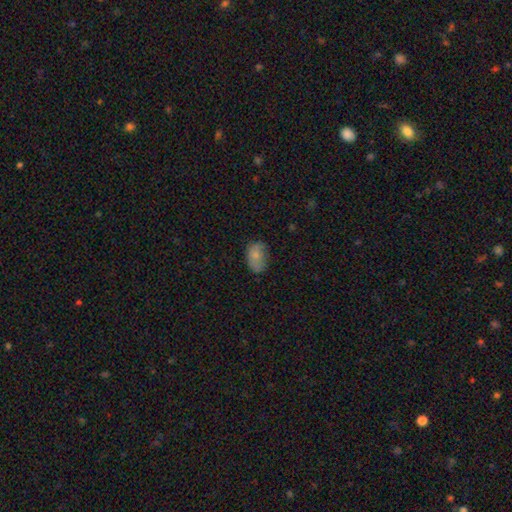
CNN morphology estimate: Smooth or featured?
  - smooth: 78% *
  - featured or disk: 13%
  - star or artifact: 9%
How rounded?
  - in between: 86% *
  - round: 13%
  - cigar-shaped: 1%
Merging?
  - none: 58% *
  - minor disturbance: 31%
  - major disturbance: 9%
  - merger: 2%